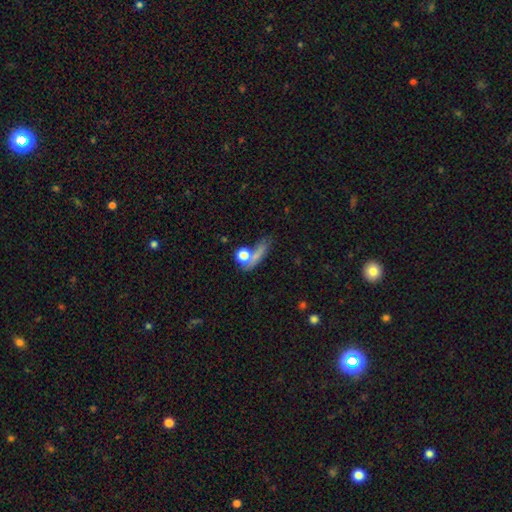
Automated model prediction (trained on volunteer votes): smooth_or_featured: smooth (p=0.66) [alt: featured or disk p=0.19]
how_rounded: in between (p=0.36) [alt: round p=0.34]
merging: none (p=0.44) [alt: merger p=0.24]